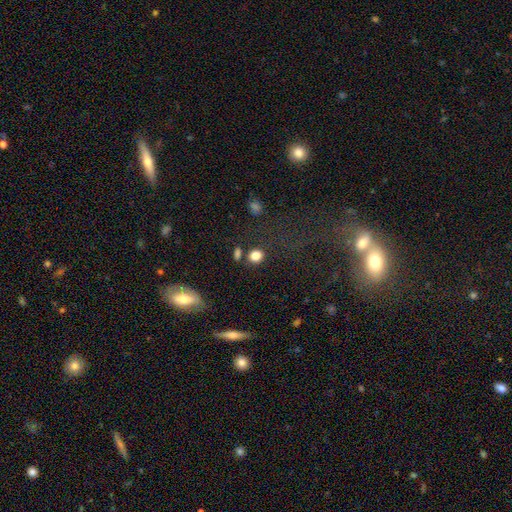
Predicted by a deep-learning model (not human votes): The model was most divided on "how rounded": round: 65%, in between: 33%, cigar-shaped: 1%. More confident: smooth or featured — smooth (82%); merging — none (74%).